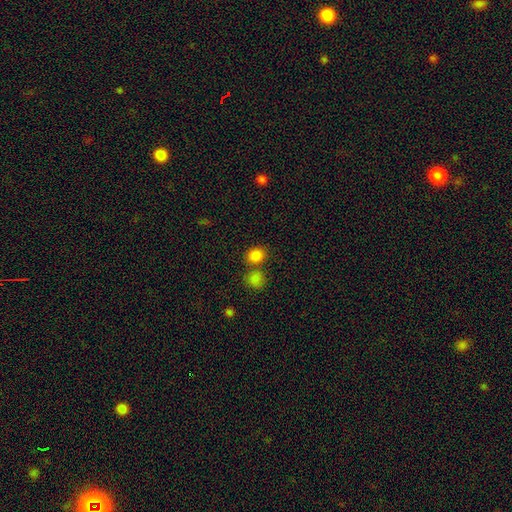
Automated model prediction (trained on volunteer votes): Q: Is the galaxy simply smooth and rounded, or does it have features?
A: smooth — 84%.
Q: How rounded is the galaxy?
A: round — 68%.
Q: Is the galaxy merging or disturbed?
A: none — 64%.